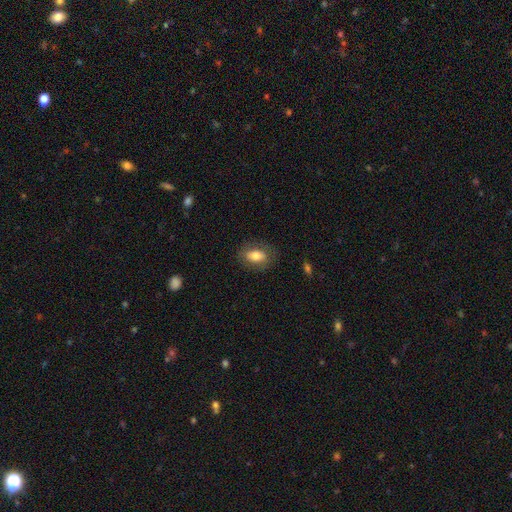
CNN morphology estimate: type=smooth (73%); roundness=in between (84%); merging=none (81%).